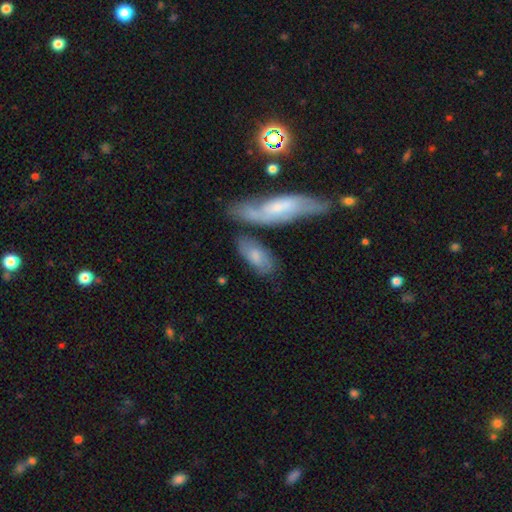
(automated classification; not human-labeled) This appears to be a smooth galaxy with no disk features (66%) that is in between round and cigar-shaped (80%). Merging: none (52%).